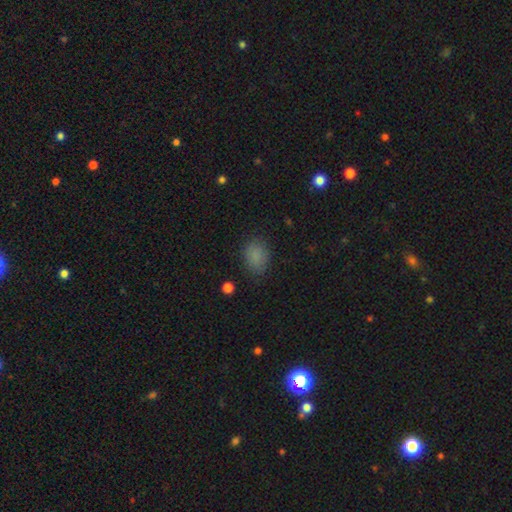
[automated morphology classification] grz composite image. It shows a smooth galaxy with no disk features (84%) that is in between round and cigar-shaped (65%). Merging: none (81%).